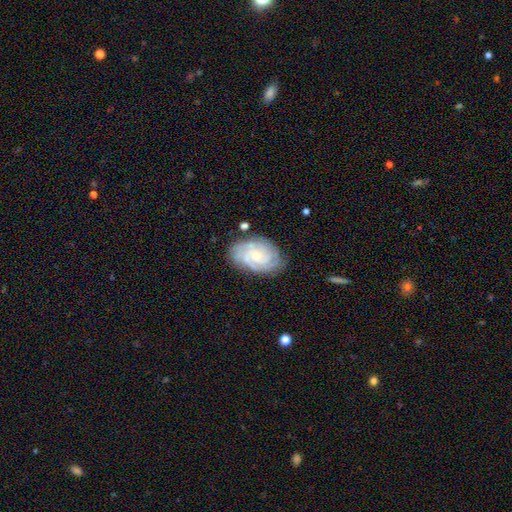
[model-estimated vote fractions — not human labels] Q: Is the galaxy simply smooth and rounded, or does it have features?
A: featured or disk — 85%.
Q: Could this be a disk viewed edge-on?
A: no — 97%.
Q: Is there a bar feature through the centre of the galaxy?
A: no — 73%.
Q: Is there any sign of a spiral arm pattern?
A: yes — 97%.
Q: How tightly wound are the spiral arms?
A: tight — 77%.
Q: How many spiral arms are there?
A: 4 — 26%.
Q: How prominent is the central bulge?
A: small — 69%.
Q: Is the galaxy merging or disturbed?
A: none — 79%.